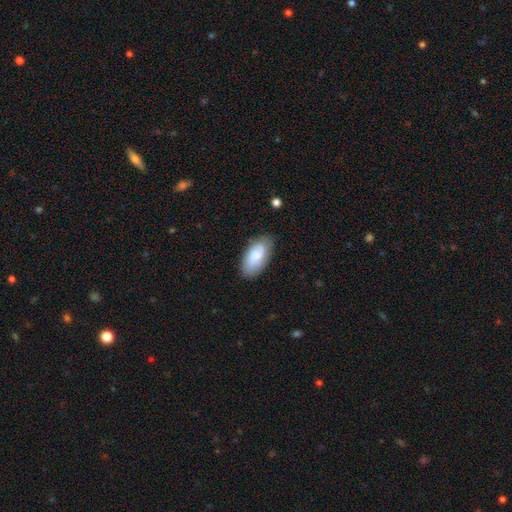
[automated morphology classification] Smooth or featured?
  - smooth: 69% *
  - featured or disk: 25%
  - star or artifact: 6%
How rounded?
  - in between: 94% *
  - cigar-shaped: 4%
  - round: 2%
Merging?
  - none: 79% *
  - minor disturbance: 16%
  - major disturbance: 4%
  - merger: 1%